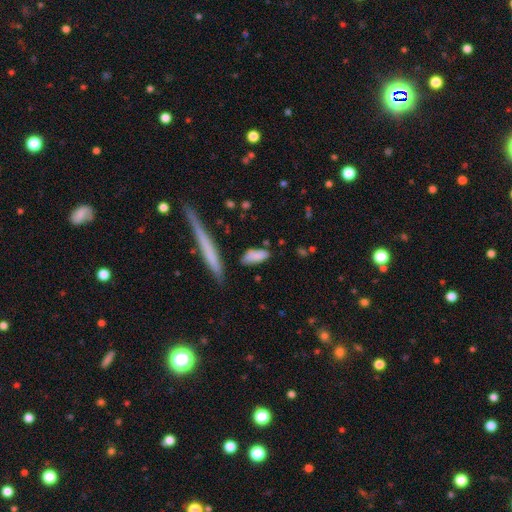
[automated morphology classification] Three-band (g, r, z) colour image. It shows a smooth galaxy with no disk features (82%) that is in between round and cigar-shaped (74%). Merging: none (69%).